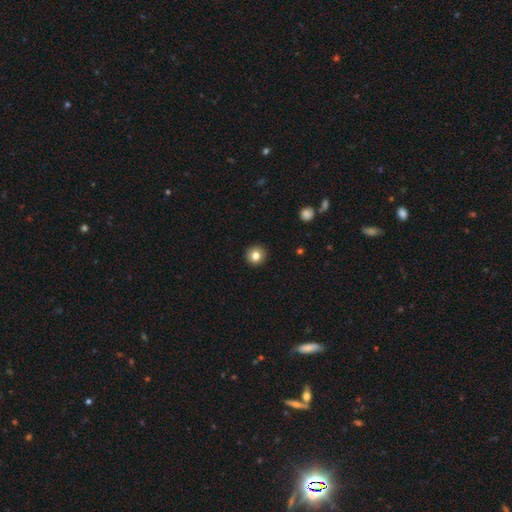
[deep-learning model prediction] A smooth galaxy with no disk features (82%) that is round (94%).

Vote fractions:
- Smooth or featured? smooth: 82% / star or artifact: 10% / featured or disk: 8%
- How rounded? round: 94% / in between: 5% / cigar-shaped: 1%
- Merging? none: 93% / minor disturbance: 5% / major disturbance: 1% / merger: 1%